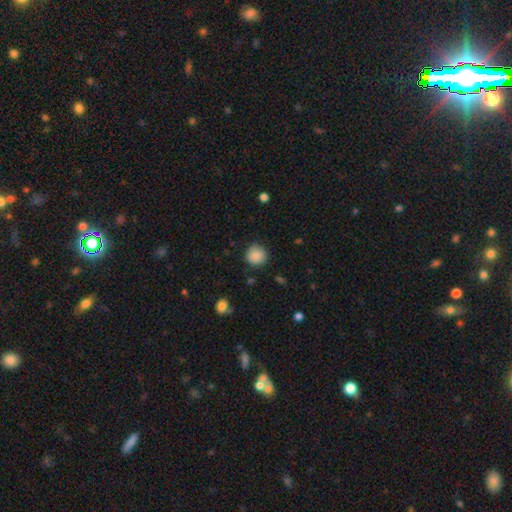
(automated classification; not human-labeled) This appears to be a smooth galaxy with no disk features (87%) that is round (94%). Merging: none (87%).